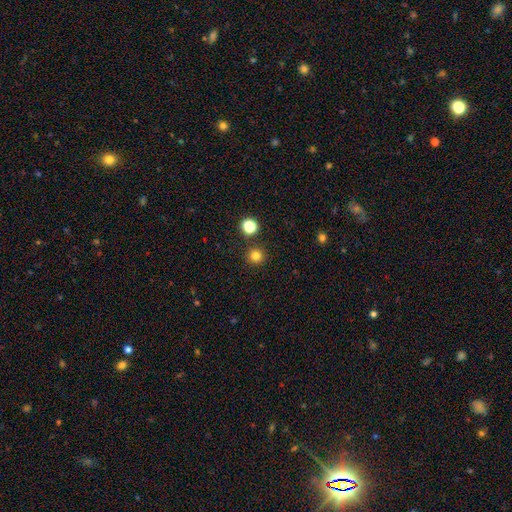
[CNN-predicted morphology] The model was most divided on "smooth or featured": smooth: 81%, star or artifact: 15%, featured or disk: 4%. More confident: how rounded — round (94%); merging — none (88%).